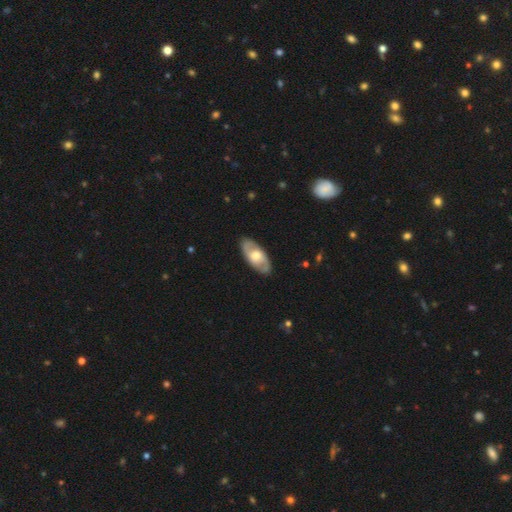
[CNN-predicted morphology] smooth_or_featured: featured or disk (p=0.57) [alt: smooth p=0.39]
disk_edge_on: no (p=0.84) [alt: yes p=0.16]
merging: none (p=0.87) [alt: minor disturbance p=0.09]